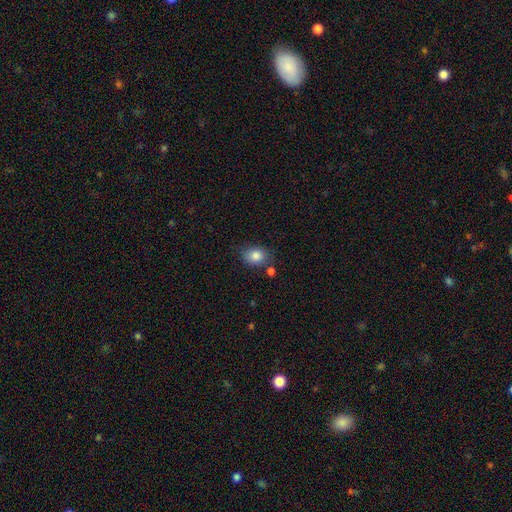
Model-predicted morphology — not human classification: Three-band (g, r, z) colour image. It shows a smooth galaxy with no disk features (85%) that is in between round and cigar-shaped (60%). Merging: none (68%).